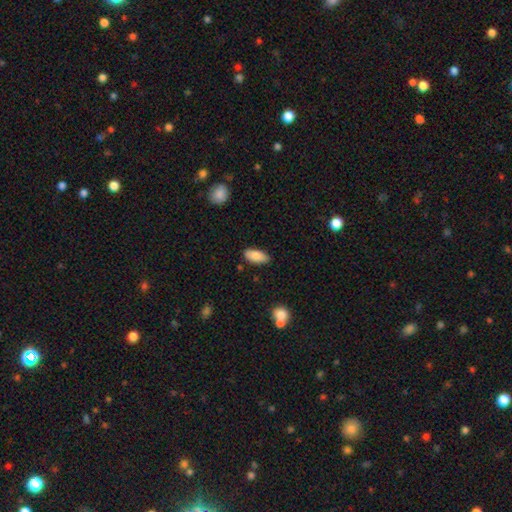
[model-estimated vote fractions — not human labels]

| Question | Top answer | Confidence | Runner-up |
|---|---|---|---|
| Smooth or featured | smooth | 84% | featured or disk (10%) |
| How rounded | in between | 88% | cigar-shaped (10%) |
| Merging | none | 83% | minor disturbance (12%) |